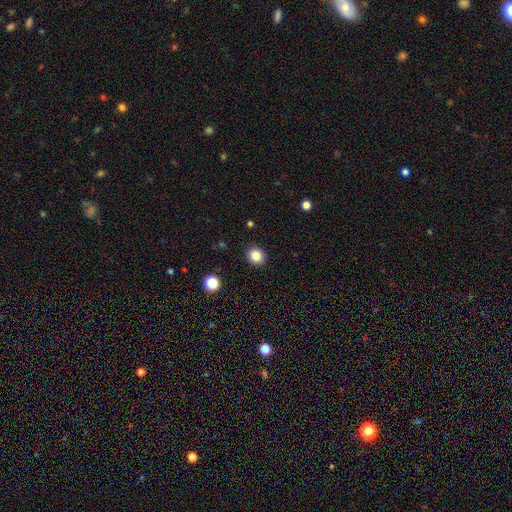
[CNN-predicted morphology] Smooth or featured?
  - smooth: 85% *
  - star or artifact: 11%
  - featured or disk: 4%
How rounded?
  - round: 80% *
  - in between: 20%
  - cigar-shaped: 1%
Merging?
  - none: 92% *
  - minor disturbance: 6%
  - major disturbance: 2%
  - merger: 1%